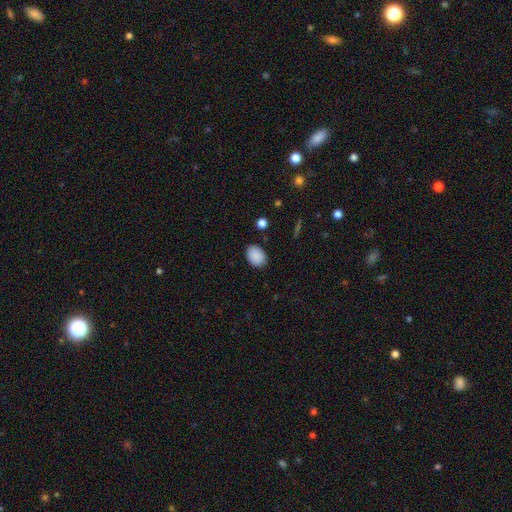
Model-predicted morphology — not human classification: smooth_or_featured: smooth (p=0.89) [alt: star or artifact p=0.07]
how_rounded: in between (p=0.72) [alt: round p=0.27]
merging: none (p=0.85) [alt: minor disturbance p=0.11]